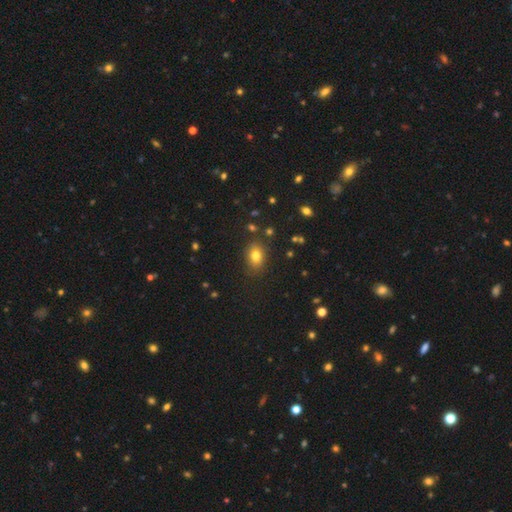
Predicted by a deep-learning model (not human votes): This is likely a smooth galaxy (78%). How rounded: likely in between (72%). Merging: clearly none (82%).